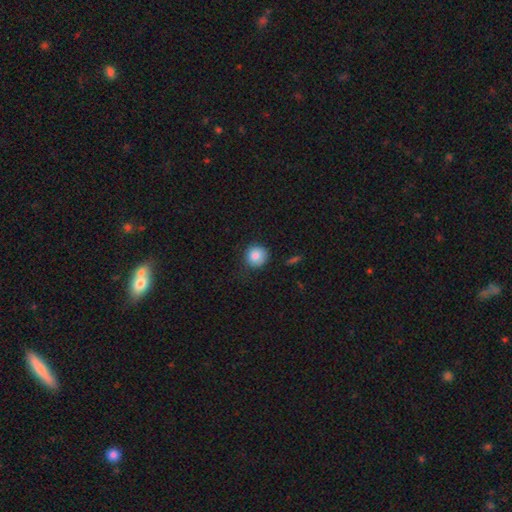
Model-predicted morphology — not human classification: Smooth or featured? smooth (86%)
How rounded? round (92%)
Merging? none (79%)